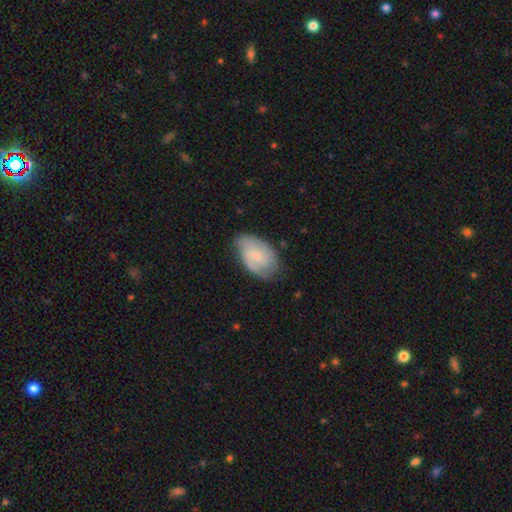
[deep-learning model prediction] smooth-or-featured: featured or disk: 64% | smooth: 30% | star or artifact: 6%
  disk-edge-on: no: 96% | yes: 4%
    bar: no: 60% | weak: 35% | strong: 5%
    has-spiral-arms: yes: 89% | no: 11%
      spiral-winding: tight: 42% | medium: 41% | loose: 16%
      spiral-arm-count: 2: 52% | can't tell: 26% | 3: 12% | 1: 5% | 4: 3% | more than 4: 2%
    bulge-size: small: 70% | moderate: 23% | none: 5% | large: 1% | dominant: 1%
  merging: none: 68% | minor disturbance: 24% | major disturbance: 6% | merger: 1%